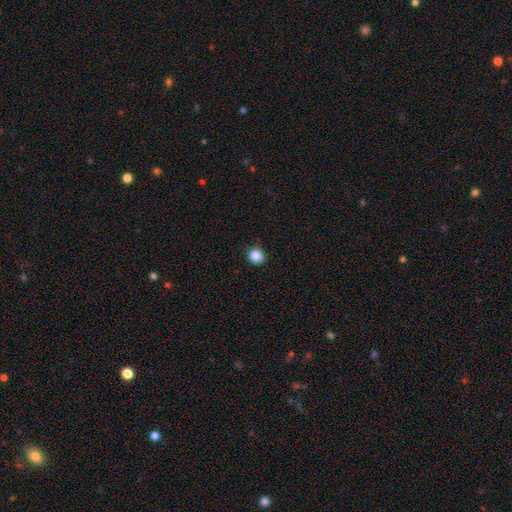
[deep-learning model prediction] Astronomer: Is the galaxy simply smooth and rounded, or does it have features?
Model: smooth — 87%.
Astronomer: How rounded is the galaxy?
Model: round — 85%.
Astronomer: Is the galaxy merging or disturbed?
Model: none — 89%.